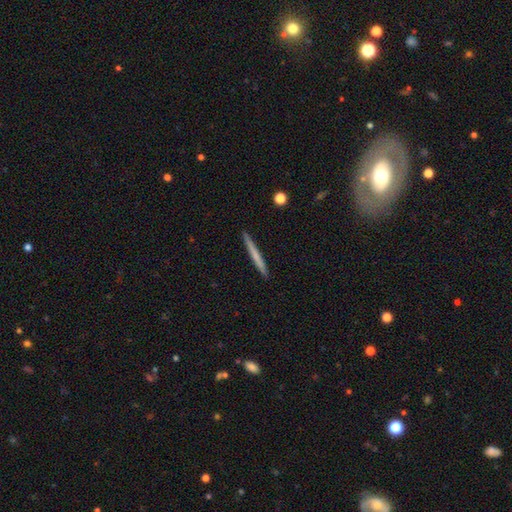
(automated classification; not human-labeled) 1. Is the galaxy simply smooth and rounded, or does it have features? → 59% smooth, 36% featured or disk, 6% star or artifact.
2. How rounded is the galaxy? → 97% cigar-shaped, 2% in between, 1% round.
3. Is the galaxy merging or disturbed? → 92% none, 5% minor disturbance, 1% major disturbance, 1% merger.